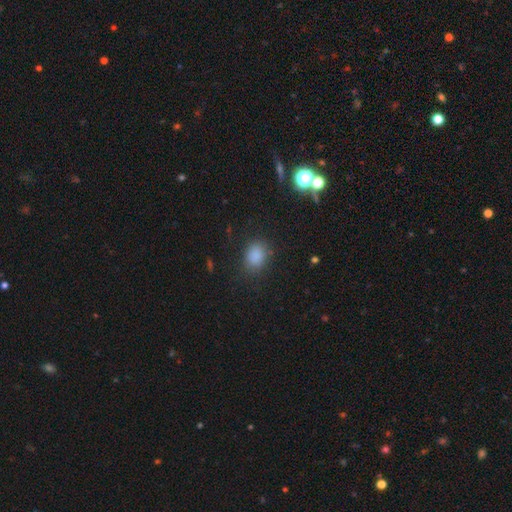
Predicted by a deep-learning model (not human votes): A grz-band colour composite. It shows a smooth galaxy with no disk features (84%) that is in between round and cigar-shaped (67%). Merging: none (79%).